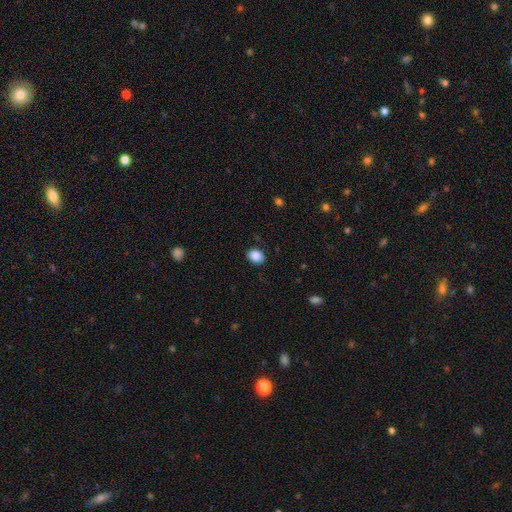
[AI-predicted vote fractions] A smooth galaxy with no disk features (89%) that is in between round and cigar-shaped (62%).

Vote fractions:
- Smooth or featured? smooth: 89% / star or artifact: 8% / featured or disk: 3%
- How rounded? in between: 62% / round: 37% / cigar-shaped: 1%
- Merging? none: 87% / minor disturbance: 9% / major disturbance: 2% / merger: 1%